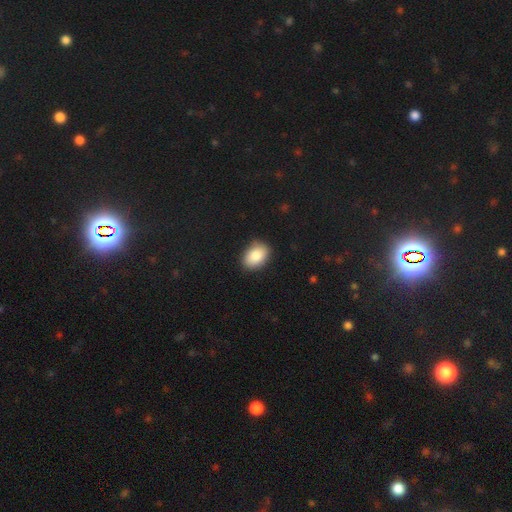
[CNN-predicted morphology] smooth-or-featured: smooth: 86% | star or artifact: 7% | featured or disk: 7%
  how-rounded: in between: 80% | round: 19% | cigar-shaped: 1%
  merging: none: 86% | minor disturbance: 11% | major disturbance: 2% | merger: 1%